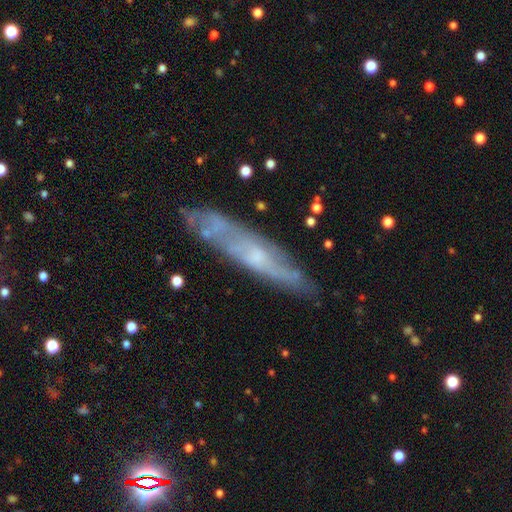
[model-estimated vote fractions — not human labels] smooth_or_featured: featured or disk (p=0.63) [alt: smooth p=0.30]
disk_edge_on: yes (p=0.56) [alt: no p=0.44]
merging: none (p=0.76) [alt: minor disturbance p=0.17]